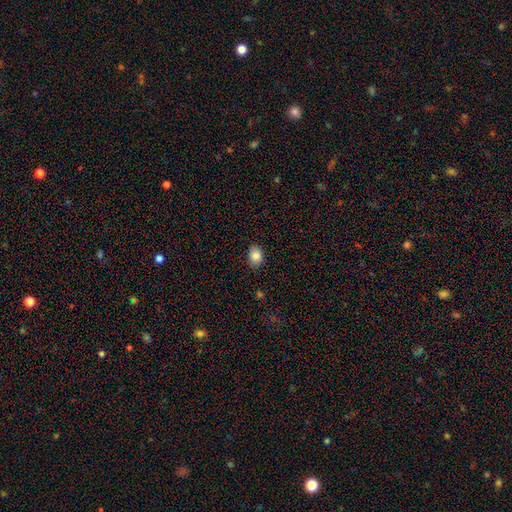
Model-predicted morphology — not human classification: Smooth or featured: smooth — 87% (star or artifact — 9%)
How rounded: in between — 70% (round — 29%)
Merging: none — 83% (minor disturbance — 14%)